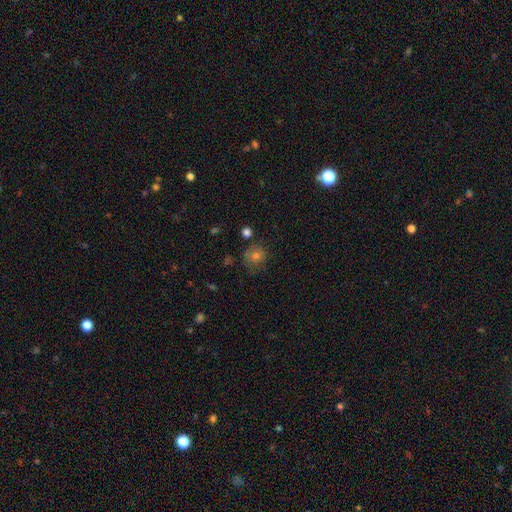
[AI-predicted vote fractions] Q: Smooth or featured?
A: smooth (57%); runner-up: star or artifact (25%)
Q: How rounded?
A: round (83%); runner-up: in between (16%)
Q: Merging?
A: none (70%); runner-up: minor disturbance (18%)